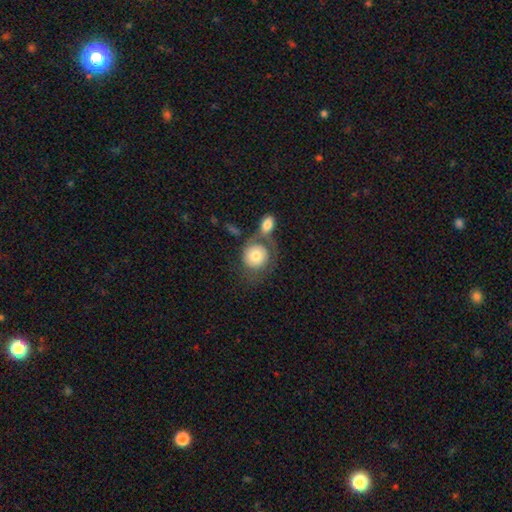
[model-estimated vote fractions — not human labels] This appears to be a smooth galaxy with no disk features (70%) that is round (84%). Merging: merger (42%).